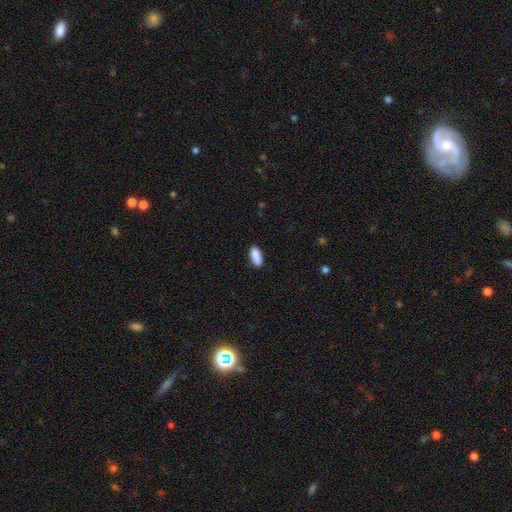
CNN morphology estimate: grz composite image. It shows a smooth galaxy with no disk features (87%) that is in between round and cigar-shaped (77%). Merging: none (77%).